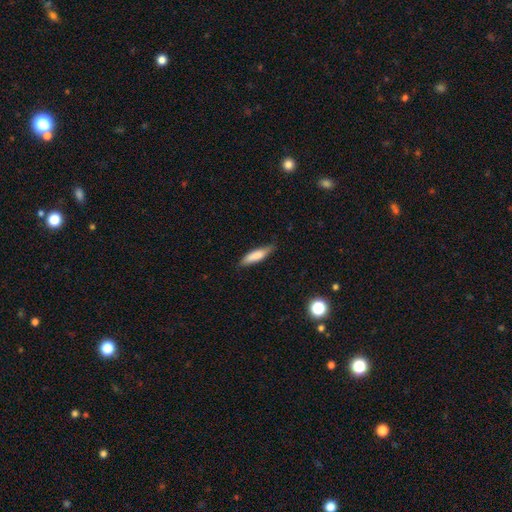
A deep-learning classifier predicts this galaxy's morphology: A smooth galaxy with no disk features (79%) that is cigar-shaped (65%). Merging: none (71%).